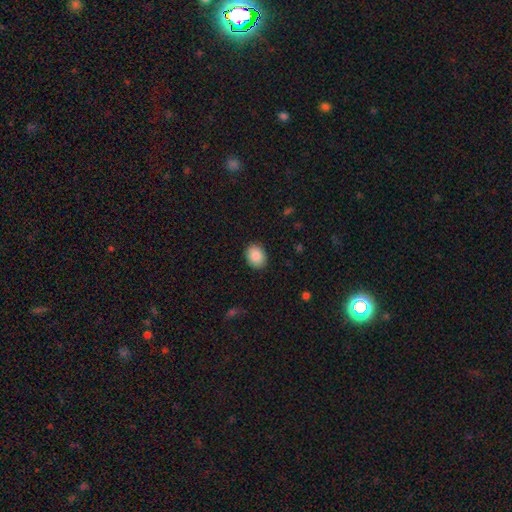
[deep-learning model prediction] A smooth galaxy with no disk features (88%) that is in between round and cigar-shaped (57%).

Vote fractions:
- Smooth or featured? smooth: 88% / star or artifact: 7% / featured or disk: 5%
- How rounded? in between: 57% / round: 42% / cigar-shaped: 1%
- Merging? none: 89% / minor disturbance: 8% / major disturbance: 2% / merger: 1%